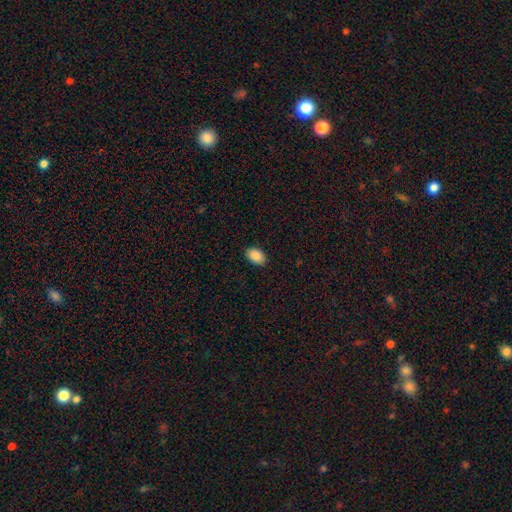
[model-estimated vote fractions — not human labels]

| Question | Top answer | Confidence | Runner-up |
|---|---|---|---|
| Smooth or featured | smooth | 90% | star or artifact (7%) |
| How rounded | in between | 89% | round (10%) |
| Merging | none | 89% | minor disturbance (8%) |